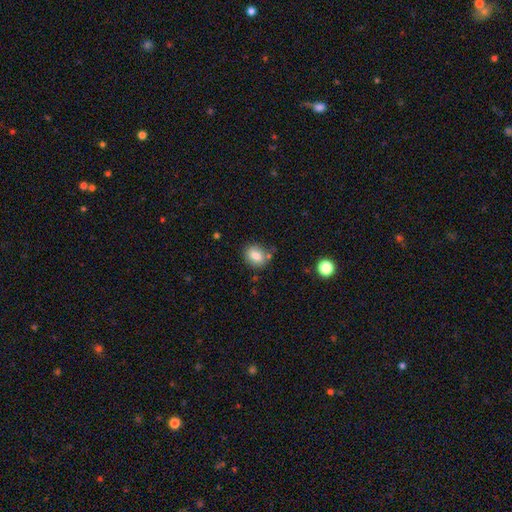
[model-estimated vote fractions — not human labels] smooth 82%, star or artifact 9%, featured or disk 9%. Down the decision tree: how rounded — in between (59%); merging — none (75%).